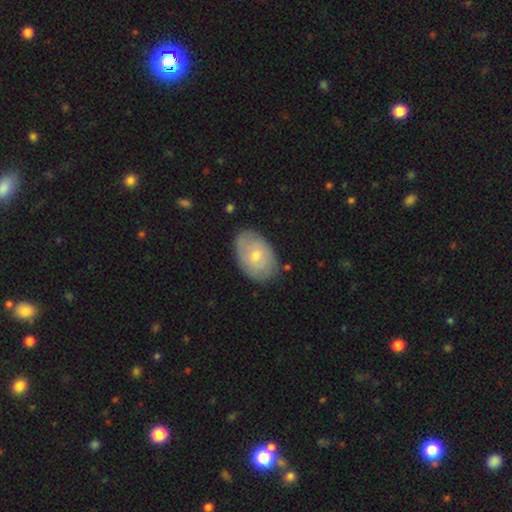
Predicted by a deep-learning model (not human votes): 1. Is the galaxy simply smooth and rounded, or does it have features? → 58% smooth, 35% featured or disk, 6% star or artifact.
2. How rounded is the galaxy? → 88% in between, 11% round, 1% cigar-shaped.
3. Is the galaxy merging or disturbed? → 80% none, 15% minor disturbance, 3% major disturbance, 1% merger.